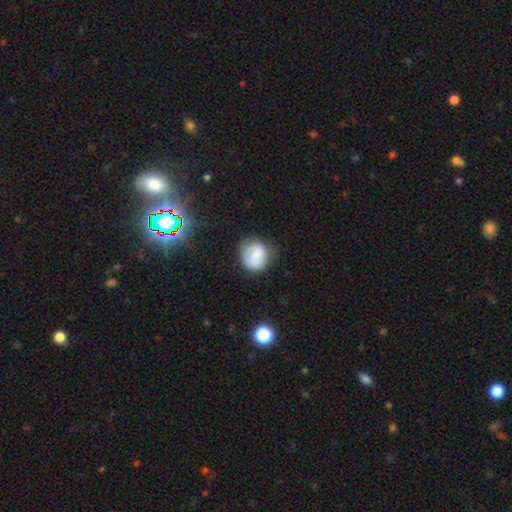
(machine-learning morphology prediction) smooth-or-featured: smooth: 72% | featured or disk: 19% | star or artifact: 9%
  how-rounded: round: 78% | in between: 21% | cigar-shaped: 1%
  merging: none: 64% | minor disturbance: 24% | major disturbance: 9% | merger: 3%